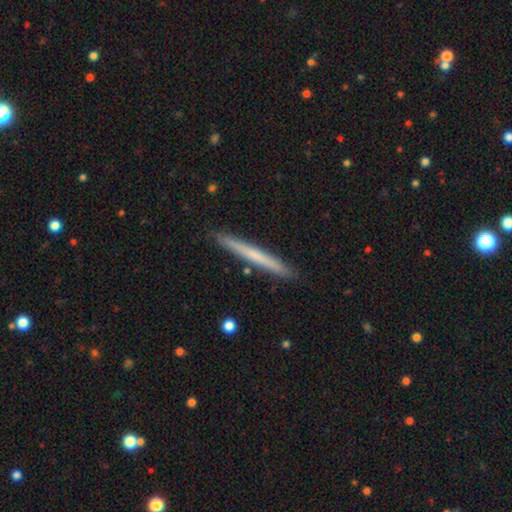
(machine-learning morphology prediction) Overall: smooth (56%; featured or disk 39%). How rounded: cigar-shaped (97%). Merging: none (92%).